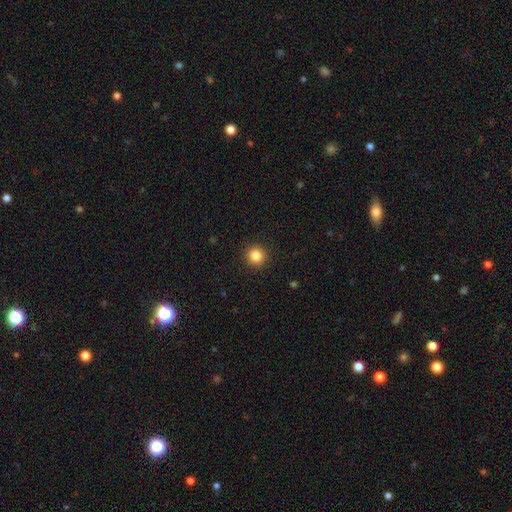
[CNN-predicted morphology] This is clearly a smooth galaxy (84%). How rounded: clearly round (94%). Merging: clearly none (93%).